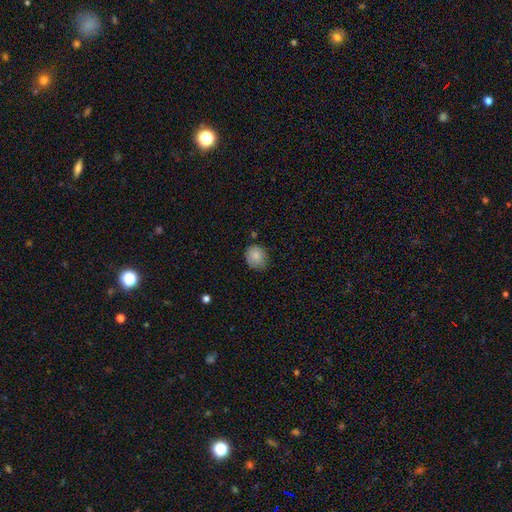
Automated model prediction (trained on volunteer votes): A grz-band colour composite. It shows a smooth galaxy with no disk features (85%) that is round (73%). Merging: none (71%).